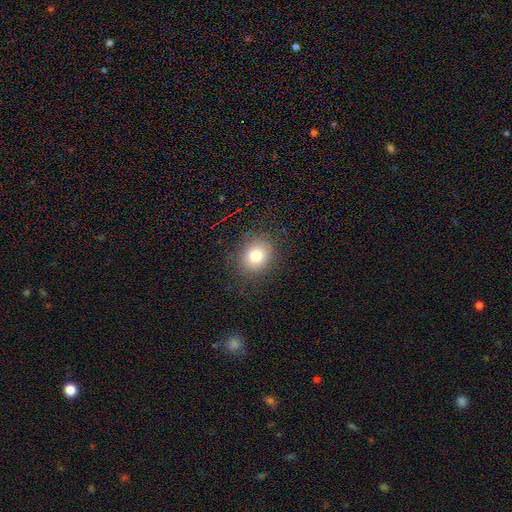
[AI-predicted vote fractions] smooth-or-featured: smooth: 78% | star or artifact: 13% | featured or disk: 10%
  how-rounded: round: 71% | in between: 28% | cigar-shaped: 1%
  merging: none: 85% | minor disturbance: 10% | major disturbance: 4% | merger: 1%